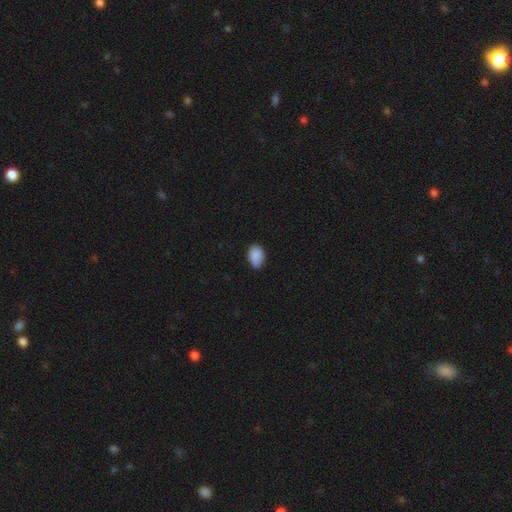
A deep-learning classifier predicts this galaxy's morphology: Overall: smooth (87%). How rounded: in between (83%). Merging: none (61%; minor disturbance 32%).